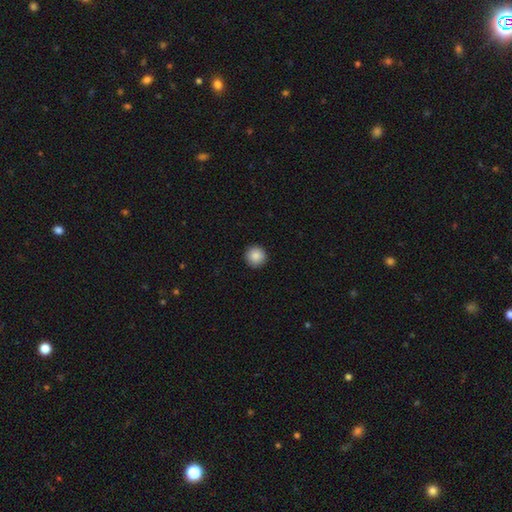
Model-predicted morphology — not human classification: smooth 88%, star or artifact 8%, featured or disk 4%. Down the decision tree: how rounded — round (96%); merging — none (93%).